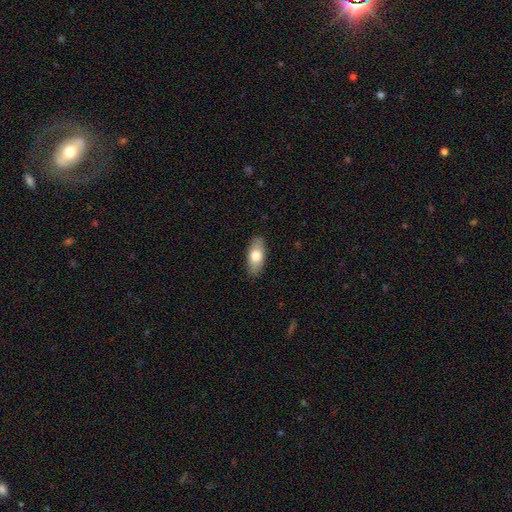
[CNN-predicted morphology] smooth 75%, featured or disk 19%, star or artifact 6%. Down the decision tree: how rounded — in between (87%); merging — none (88%).